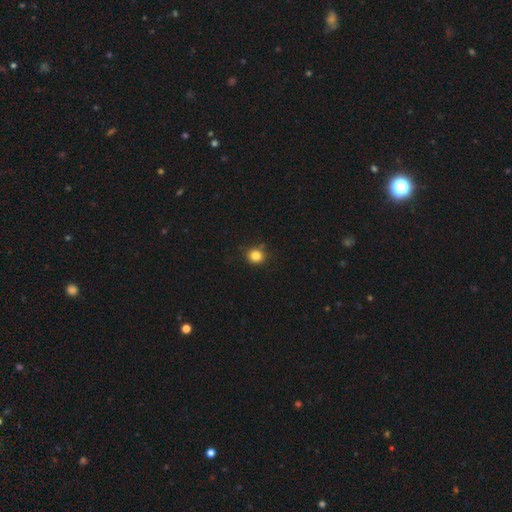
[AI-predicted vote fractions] A smooth galaxy with no disk features (84%) that is round (86%). Merging: none (85%).